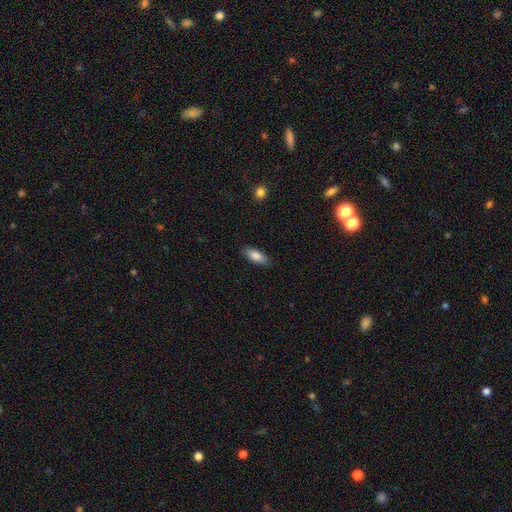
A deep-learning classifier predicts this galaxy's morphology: type=smooth (84%); roundness=in between (83%); merging=none (84%).